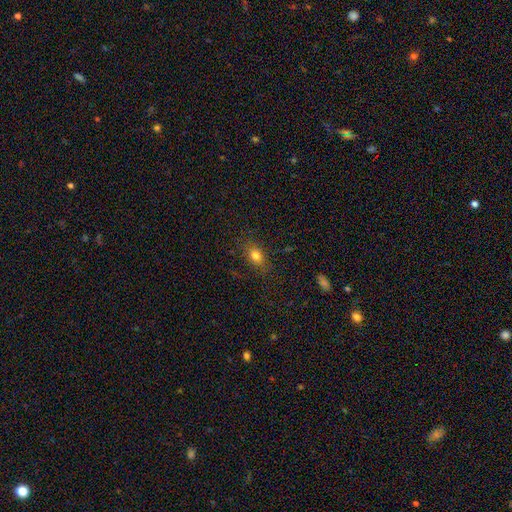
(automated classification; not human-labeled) smooth_or_featured: smooth (p=0.79) [alt: star or artifact p=0.13]
how_rounded: in between (p=0.67) [alt: round p=0.30]
merging: none (p=0.81) [alt: minor disturbance p=0.13]